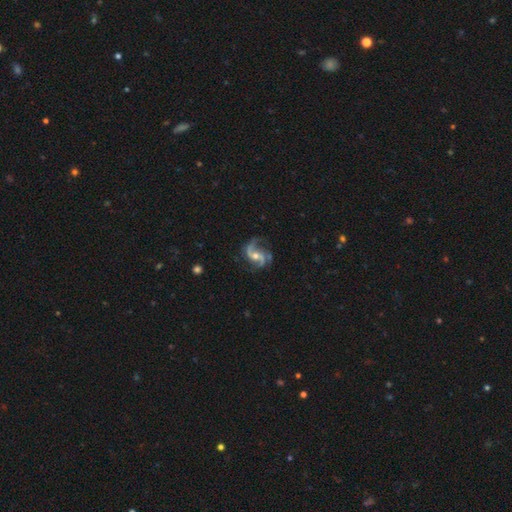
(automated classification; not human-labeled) featured or disk 90%, star or artifact 5%, smooth 4%. Down the decision tree: edge-on disk — no (98%); bar — no (47%); spiral arms — yes (98%); spiral arm count — 2 (78%); spiral winding — loose (47%); bulge size — moderate (56%); merging — none (68%).